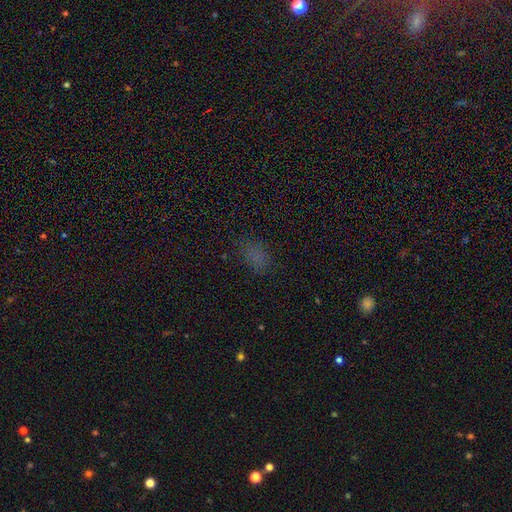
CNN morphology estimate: smooth_or_featured: smooth (p=0.70) [alt: star or artifact p=0.24]
how_rounded: in between (p=0.82) [alt: round p=0.15]
merging: none (p=0.76) [alt: minor disturbance p=0.16]